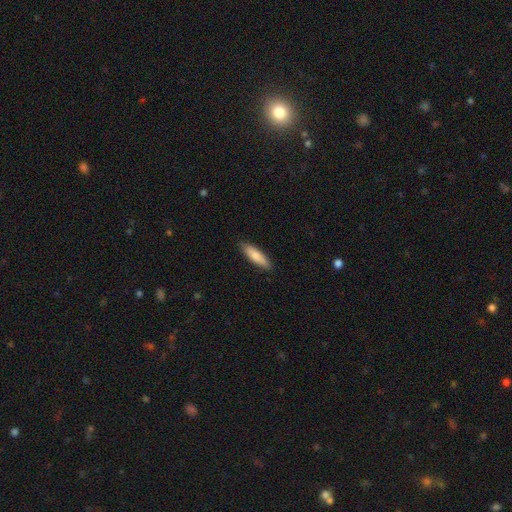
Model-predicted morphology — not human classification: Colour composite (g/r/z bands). It shows a smooth galaxy with no disk features (81%) that is cigar-shaped (65%). Merging: none (88%).